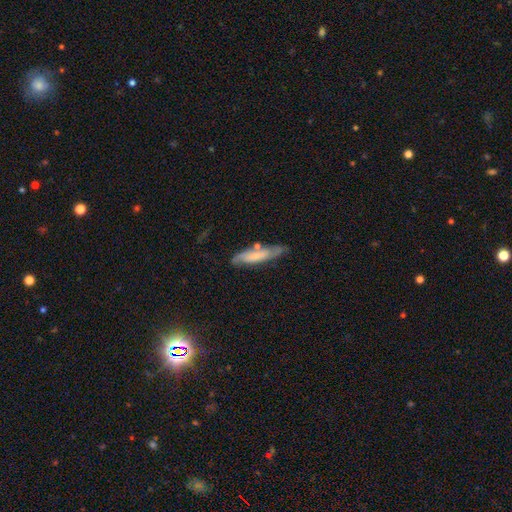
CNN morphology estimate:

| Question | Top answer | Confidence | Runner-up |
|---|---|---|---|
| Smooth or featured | smooth | 51% | featured or disk (43%) |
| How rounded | cigar-shaped | 74% | in between (24%) |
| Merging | none | 61% | minor disturbance (24%) |